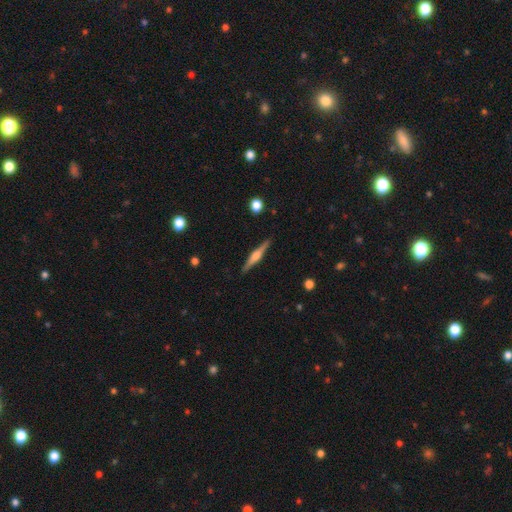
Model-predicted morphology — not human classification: smooth_or_featured: featured or disk (p=0.70) [alt: smooth p=0.25]
disk_edge_on: yes (p=0.98) [alt: no p=0.02]
edge_on_bulge: rounded (p=0.76) [alt: boxy p=0.19]
merging: none (p=0.90) [alt: minor disturbance p=0.07]